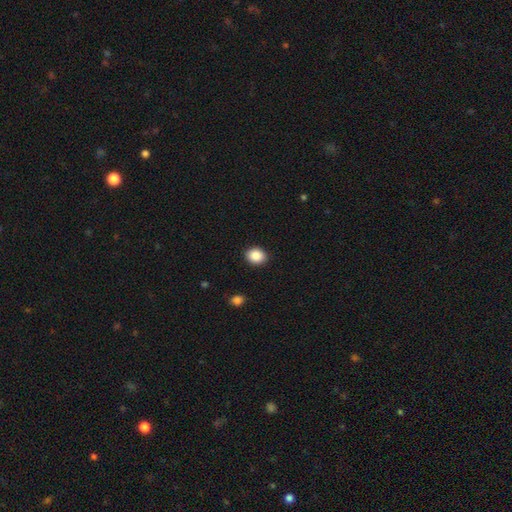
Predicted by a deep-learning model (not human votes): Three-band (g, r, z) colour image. It shows a smooth galaxy with no disk features (89%) that is round (57%). Merging: none (91%).